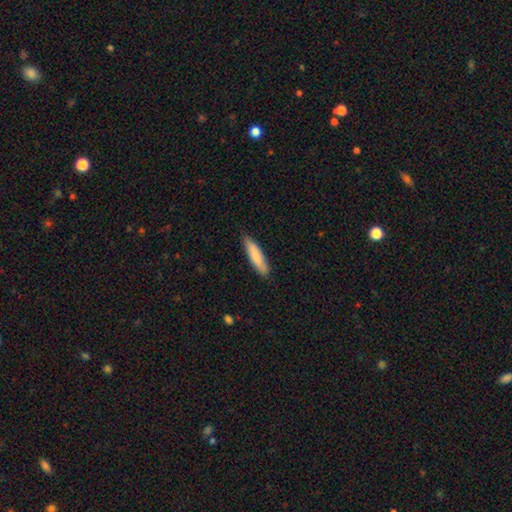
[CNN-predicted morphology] A smooth galaxy with no disk features (81%) that is cigar-shaped (77%). Merging: none (84%).